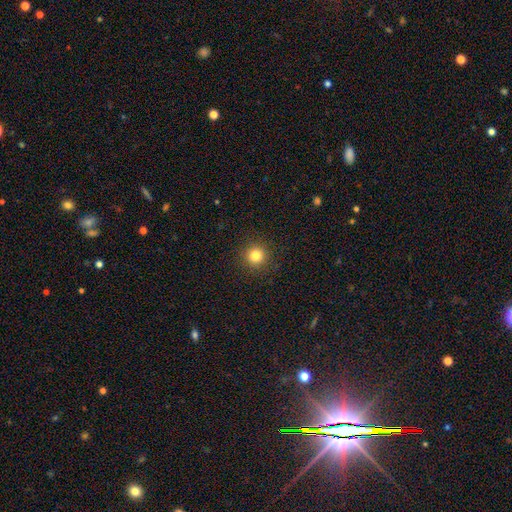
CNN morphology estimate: This appears to be a smooth galaxy with no disk features (82%) that is round (95%). Merging: none (92%).